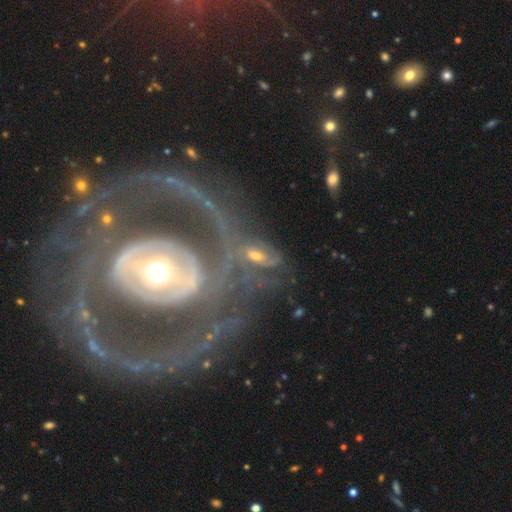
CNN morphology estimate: A featured or disk galaxy (70%) with no bar (49%), tight (50%) spiral arms (79%) and a moderate central bulge (52%).

Vote fractions:
- Smooth or featured? featured or disk: 70% / smooth: 17% / star or artifact: 13%
- Edge-on disk? no: 91% / yes: 9%
- Bar? no: 49% / weak: 30% / strong: 21%
- Spiral arms? yes: 79% / no: 21%
- Spiral winding? tight: 50% / medium: 31% / loose: 19%
- Spiral arm count? can't tell: 34% / 2: 30% / 3: 12% / 1: 10% / 4: 7% / more than 4: 7%
- Bulge size? moderate: 52% / small: 32% / large: 9% / none: 4% / dominant: 3%
- Merging? none: 39% / merger: 23% / major disturbance: 21% / minor disturbance: 17%